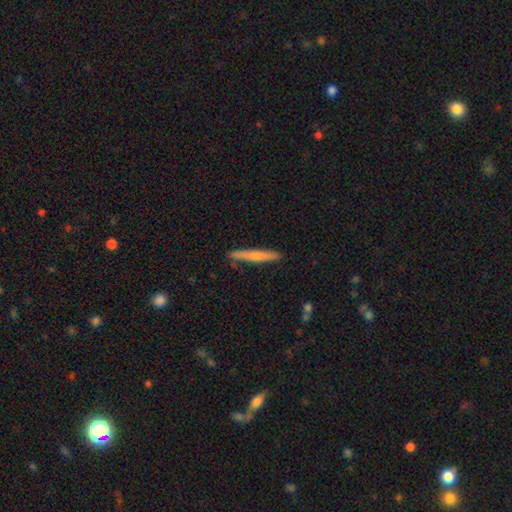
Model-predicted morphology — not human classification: A smooth galaxy with no disk features (60%) that is cigar-shaped (95%). Merging: none (87%).